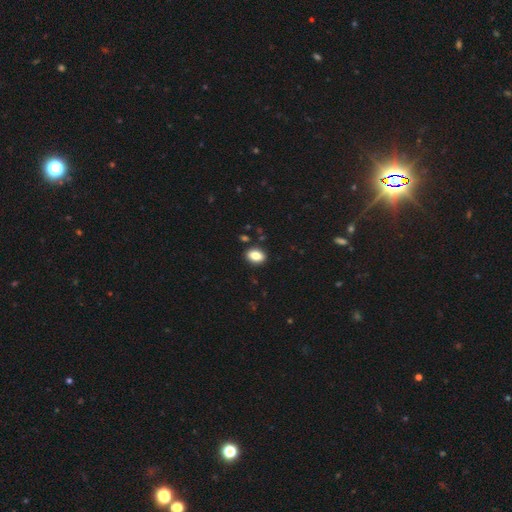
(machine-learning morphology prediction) Smooth or featured?
  - smooth: 85% *
  - star or artifact: 9%
  - featured or disk: 6%
How rounded?
  - in between: 76% *
  - round: 23%
  - cigar-shaped: 1%
Merging?
  - none: 89% *
  - minor disturbance: 7%
  - major disturbance: 2%
  - merger: 2%